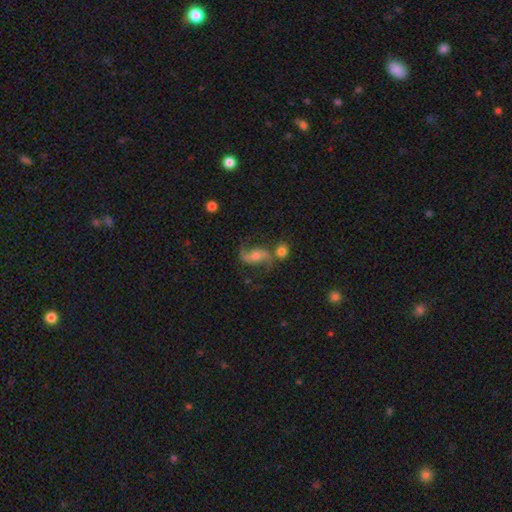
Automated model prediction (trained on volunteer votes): featured or disk 81%, smooth 11%, star or artifact 8%. Down the decision tree: edge-on disk — no (96%); bar — no (37%); spiral arms — yes (95%); spiral arm count — 2 (92%); spiral winding — loose (69%); bulge size — moderate (57%); merging — none (63%).